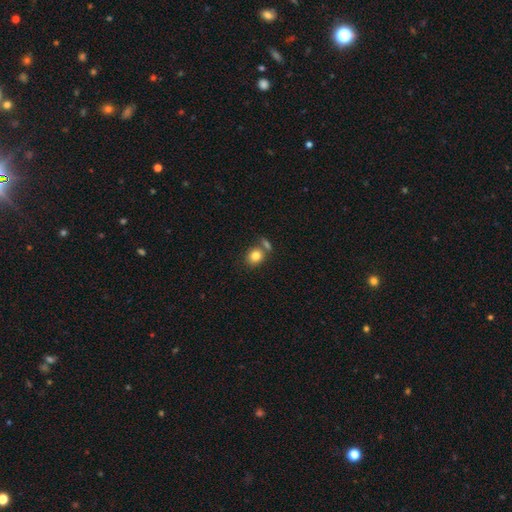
Q: Smooth or featured?
A: smooth (92%); runner-up: star or artifact (5%)
Q: How rounded?
A: round (63%); runner-up: in between (37%)
Q: Merging?
A: none (58%); runner-up: merger (25%)